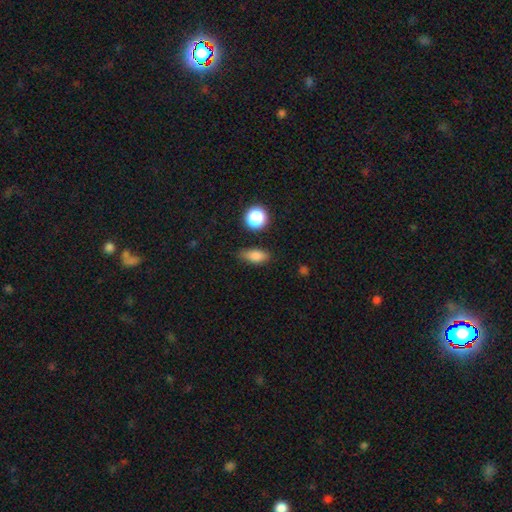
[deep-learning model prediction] A smooth galaxy with no disk features (81%) that is in between round and cigar-shaped (74%).

Vote fractions:
- Smooth or featured? smooth: 81% / star or artifact: 11% / featured or disk: 9%
- How rounded? in between: 74% / cigar-shaped: 14% / round: 12%
- Merging? none: 74% / minor disturbance: 19% / major disturbance: 4% / merger: 3%